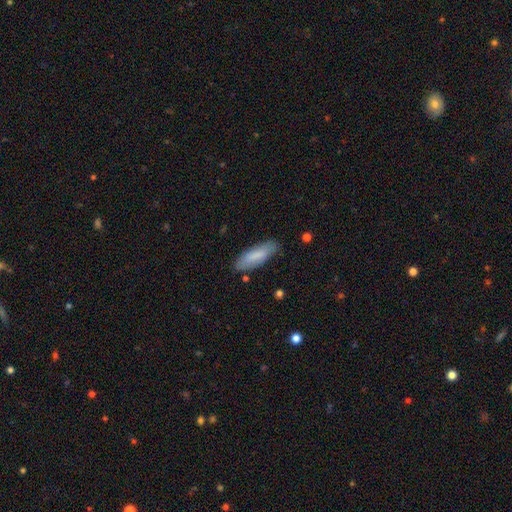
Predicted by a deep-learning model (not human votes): The model was most divided on "how rounded": in between: 57%, cigar-shaped: 42%, round: 1%. More confident: merging — none (82%); smooth or featured — smooth (81%).